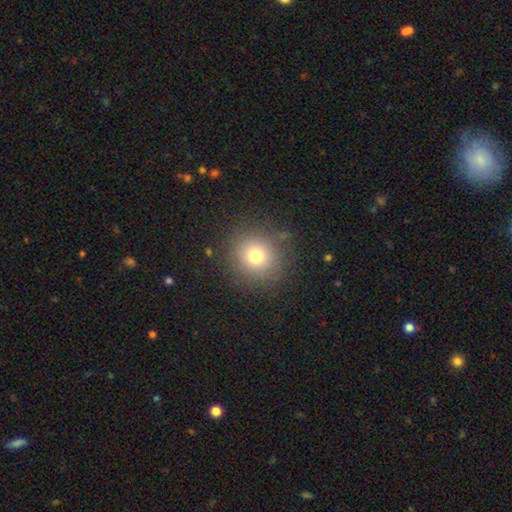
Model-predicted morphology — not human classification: Smooth or featured?
  - smooth: 74% *
  - star or artifact: 15%
  - featured or disk: 11%
How rounded?
  - round: 91% *
  - in between: 8%
  - cigar-shaped: 1%
Merging?
  - none: 85% *
  - minor disturbance: 9%
  - major disturbance: 5%
  - merger: 1%